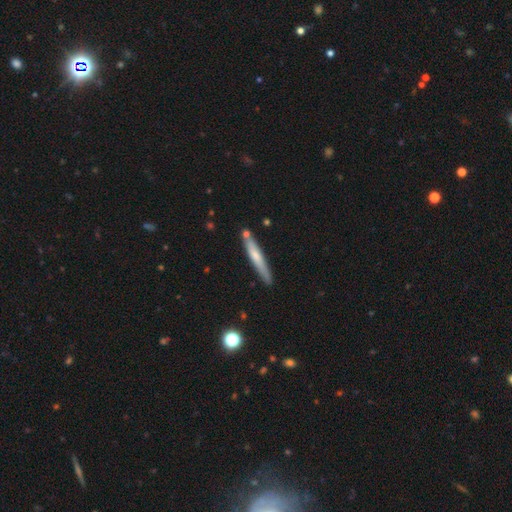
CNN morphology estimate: This appears to be a smooth galaxy with no disk features (56%) that is cigar-shaped (94%). Merging: none (80%).